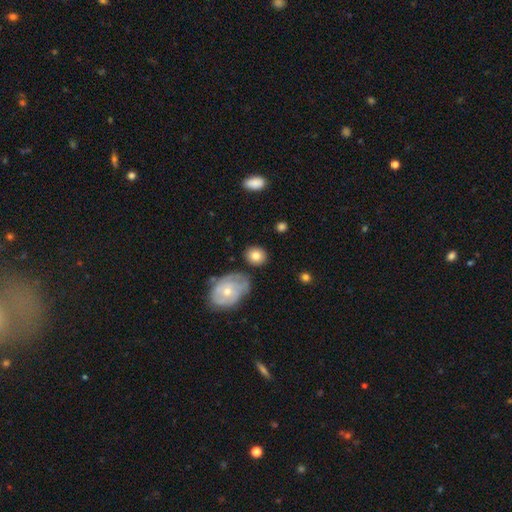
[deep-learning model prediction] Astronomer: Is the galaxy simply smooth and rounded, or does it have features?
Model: smooth — 78%.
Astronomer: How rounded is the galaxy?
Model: round — 64%.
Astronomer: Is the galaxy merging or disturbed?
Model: none — 77%.